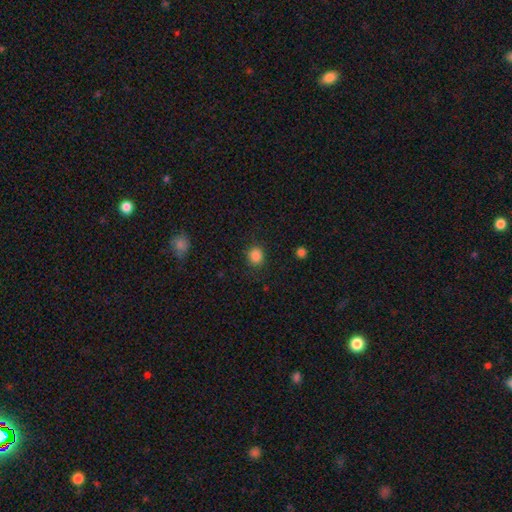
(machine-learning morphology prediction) Smooth or featured?
  - smooth: 86% *
  - star or artifact: 11%
  - featured or disk: 3%
How rounded?
  - round: 78% *
  - in between: 21%
  - cigar-shaped: 1%
Merging?
  - none: 85% *
  - minor disturbance: 10%
  - major disturbance: 3%
  - merger: 1%